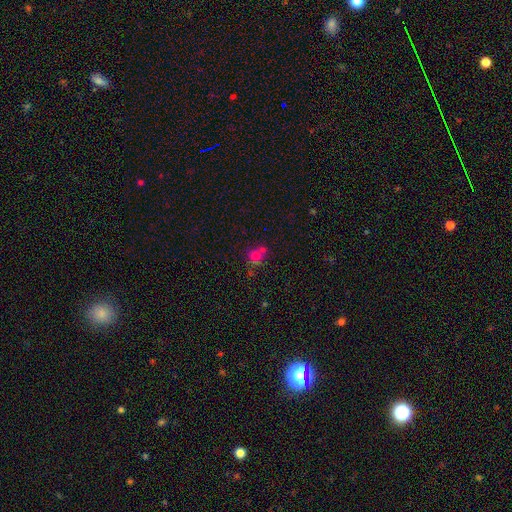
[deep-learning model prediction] smooth 64%, star or artifact 21%, featured or disk 15%. Down the decision tree: how rounded — round (78%); merging — none (46%).